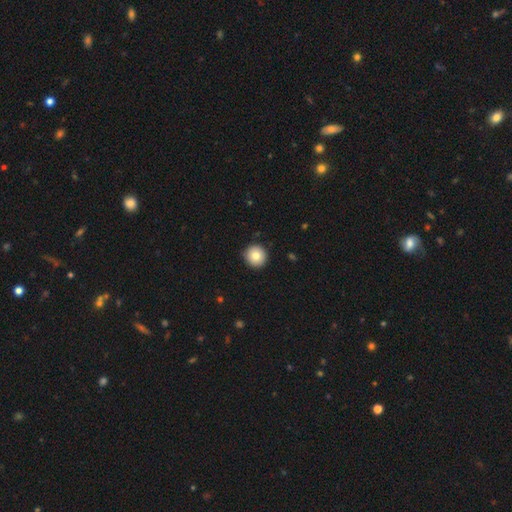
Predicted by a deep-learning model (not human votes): Smooth or featured: smooth — 81% (featured or disk — 10%)
How rounded: round — 95% (in between — 4%)
Merging: none — 91% (minor disturbance — 6%)